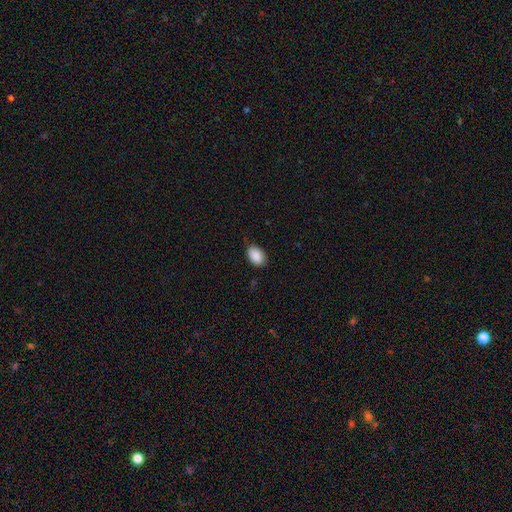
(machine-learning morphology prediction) Smooth or featured: smooth — 90% (star or artifact — 7%)
How rounded: in between — 88% (round — 11%)
Merging: none — 81% (minor disturbance — 15%)